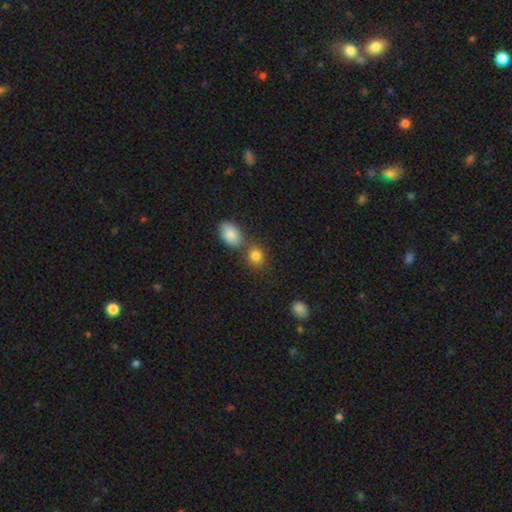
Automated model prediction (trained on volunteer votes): Q: Smooth or featured?
A: smooth (83%); runner-up: star or artifact (10%)
Q: How rounded?
A: round (62%); runner-up: in between (37%)
Q: Merging?
A: none (54%); runner-up: merger (32%)